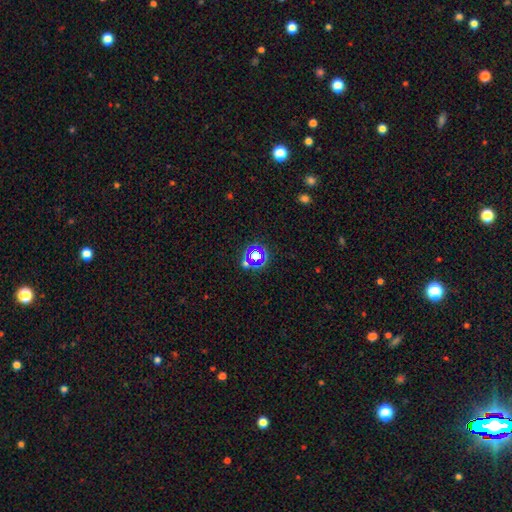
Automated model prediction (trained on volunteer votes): Smooth or featured? star or artifact (62%)